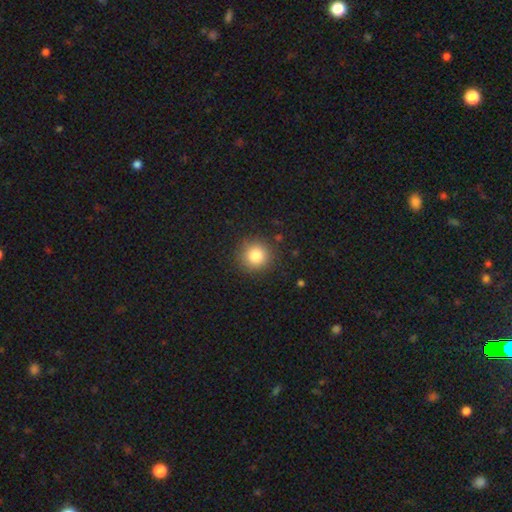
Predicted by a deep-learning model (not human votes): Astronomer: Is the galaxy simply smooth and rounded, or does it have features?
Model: smooth — 82%.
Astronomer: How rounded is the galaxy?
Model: round — 93%.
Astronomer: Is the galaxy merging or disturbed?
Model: none — 89%.